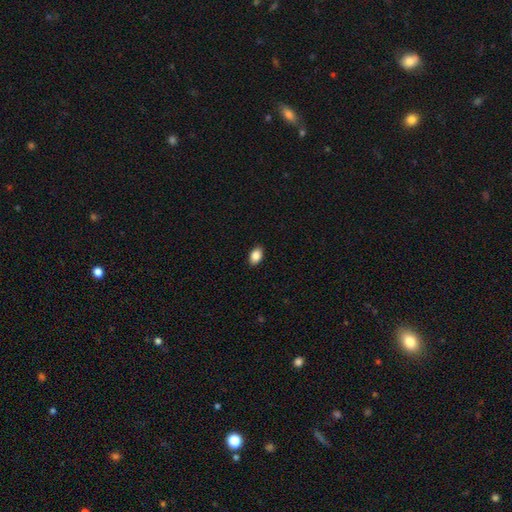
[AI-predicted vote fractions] Smooth or featured? Predicted: smooth (p=0.88). How rounded? Predicted: in between (p=0.89). Merging? Predicted: none (p=0.89).